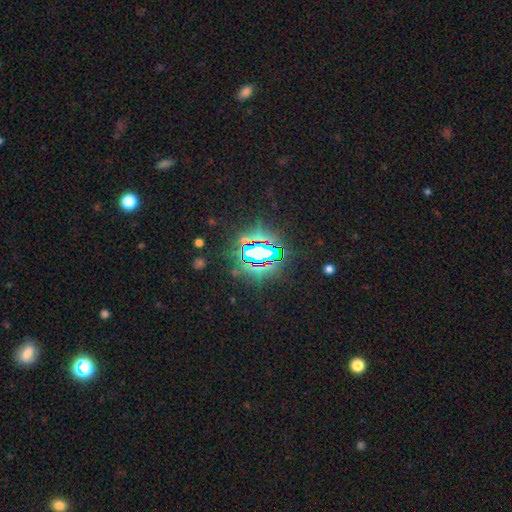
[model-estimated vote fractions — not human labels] This appears to be a star or artifact, not a galaxy (76%).